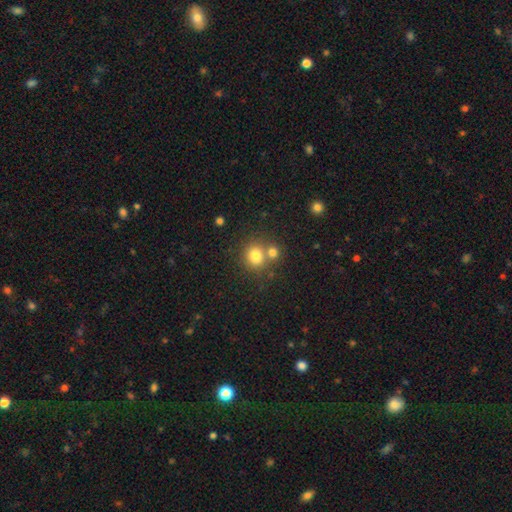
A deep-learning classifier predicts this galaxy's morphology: Q: Smooth or featured?
A: smooth (77%); runner-up: star or artifact (13%)
Q: How rounded?
A: round (82%); runner-up: in between (17%)
Q: Merging?
A: none (55%); runner-up: merger (34%)